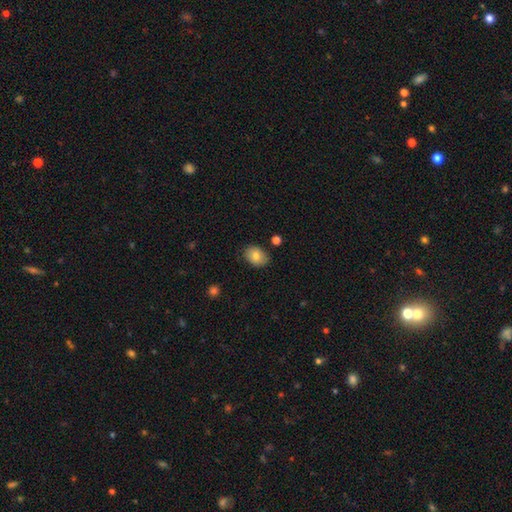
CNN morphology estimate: This is clearly a smooth galaxy (81%). How rounded: likely in between (72%). Merging: clearly none (83%).